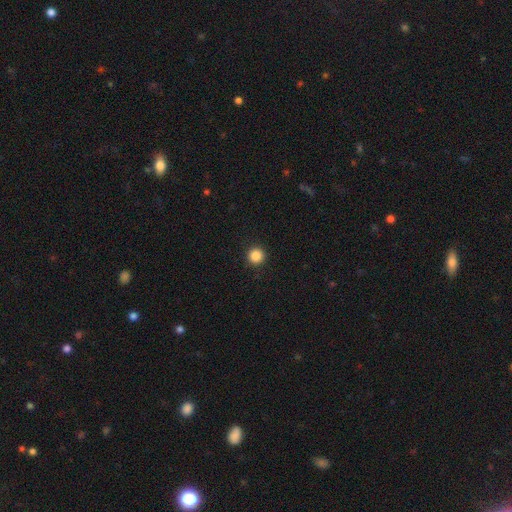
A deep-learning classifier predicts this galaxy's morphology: Overall: smooth (87%). How rounded: round (96%). Merging: none (93%).